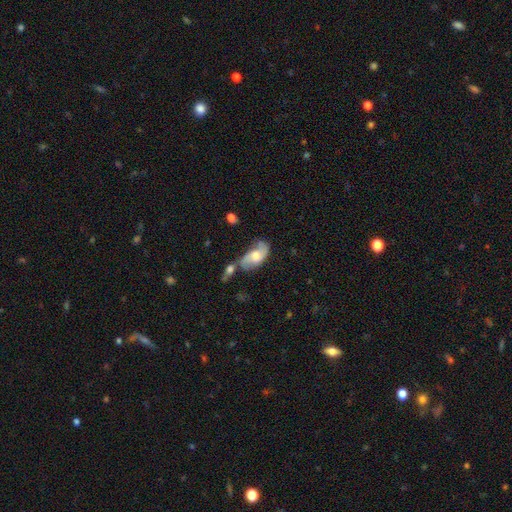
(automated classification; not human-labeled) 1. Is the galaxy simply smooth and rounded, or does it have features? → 56% featured or disk, 36% smooth, 7% star or artifact.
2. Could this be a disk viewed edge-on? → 92% no, 8% yes.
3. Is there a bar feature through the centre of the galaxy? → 59% no, 34% weak, 6% strong.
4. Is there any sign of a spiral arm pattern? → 82% yes, 18% no.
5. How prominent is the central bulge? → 52% moderate, 23% large, 16% small, 7% none, 2% dominant.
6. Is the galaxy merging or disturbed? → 38% none, 25% merger, 23% minor disturbance, 13% major disturbance.